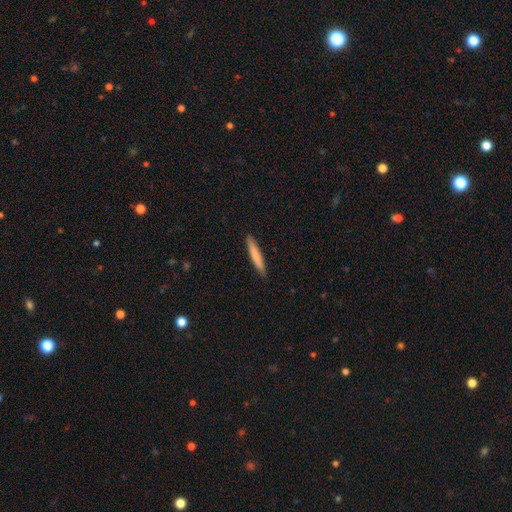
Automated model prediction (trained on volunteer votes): Morphology: type=smooth (77%); roundness=cigar-shaped (95%); merging=none (90%).